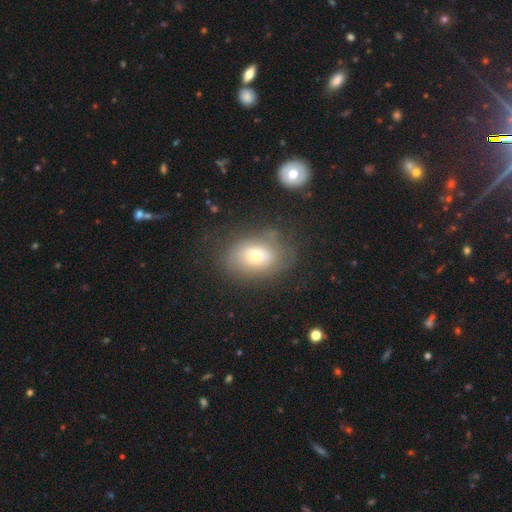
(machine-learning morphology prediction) Smooth or featured?
  - smooth: 61% *
  - featured or disk: 28%
  - star or artifact: 11%
How rounded?
  - in between: 74% *
  - round: 25%
  - cigar-shaped: 1%
Merging?
  - none: 61% *
  - minor disturbance: 22%
  - major disturbance: 14%
  - merger: 3%